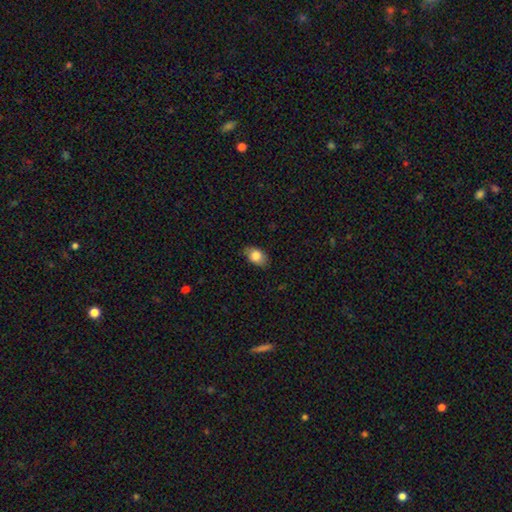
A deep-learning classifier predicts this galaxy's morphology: Smooth or featured? Predicted: smooth (p=0.82). How rounded? Predicted: in between (p=0.87). Merging? Predicted: none (p=0.78).